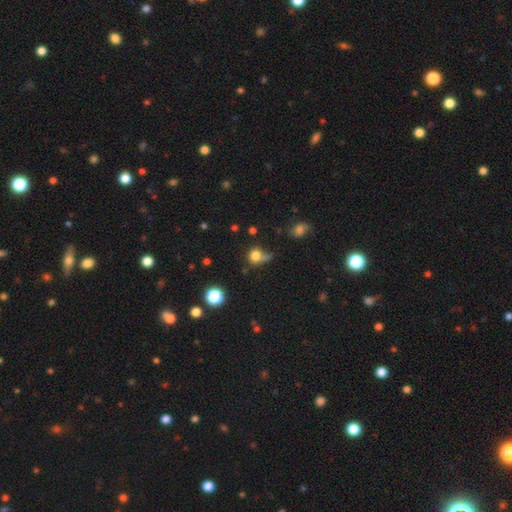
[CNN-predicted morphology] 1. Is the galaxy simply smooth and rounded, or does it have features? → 78% smooth, 14% star or artifact, 9% featured or disk.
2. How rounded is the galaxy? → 80% round, 18% in between, 1% cigar-shaped.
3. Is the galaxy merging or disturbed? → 46% none, 23% minor disturbance, 16% major disturbance, 15% merger.